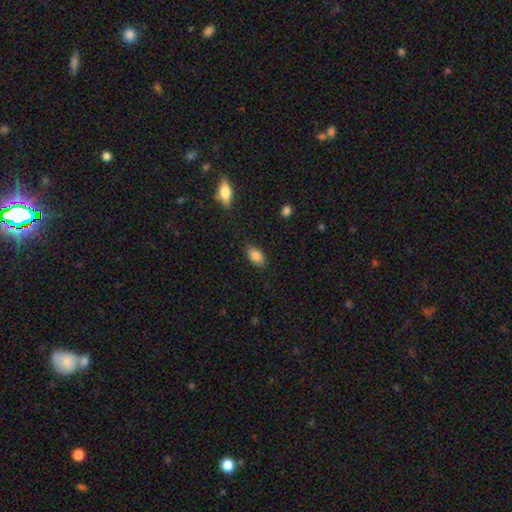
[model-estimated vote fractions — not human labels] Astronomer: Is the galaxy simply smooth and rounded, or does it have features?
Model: smooth — 85%.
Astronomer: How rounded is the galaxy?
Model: in between — 89%.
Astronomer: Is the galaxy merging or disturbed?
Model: none — 82%.